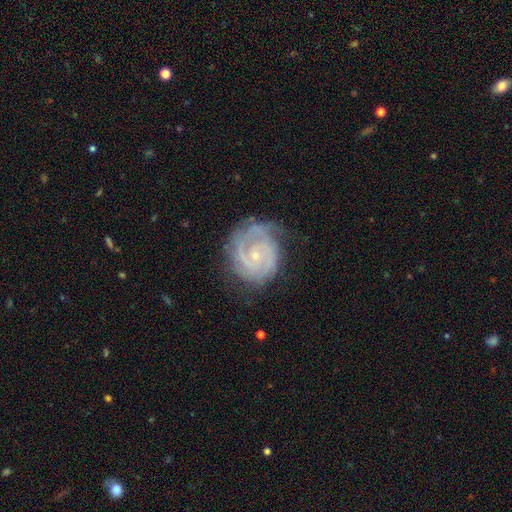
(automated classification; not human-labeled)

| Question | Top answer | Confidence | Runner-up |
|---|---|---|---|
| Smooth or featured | featured or disk | 86% | smooth (8%) |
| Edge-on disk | no | 98% | yes (2%) |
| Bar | no | 66% | weak (28%) |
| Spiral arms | yes | 96% | no (4%) |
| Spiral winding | tight | 67% | medium (28%) |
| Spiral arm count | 2 | 50% | can't tell (18%) |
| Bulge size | small | 78% | moderate (18%) |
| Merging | none | 67% | minor disturbance (22%) |